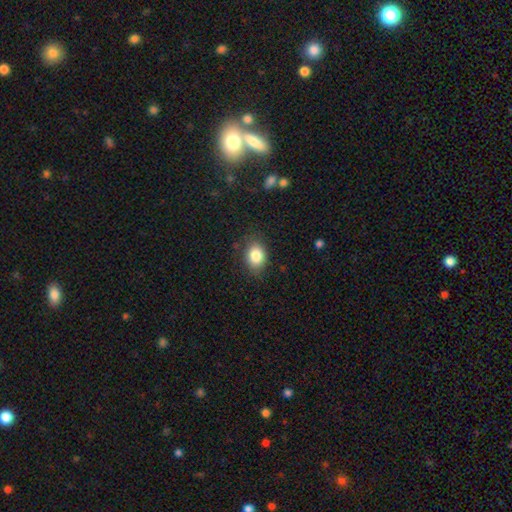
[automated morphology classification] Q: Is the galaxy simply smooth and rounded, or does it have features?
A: smooth — 83%.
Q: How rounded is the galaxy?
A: in between — 63%.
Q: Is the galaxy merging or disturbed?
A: none — 80%.